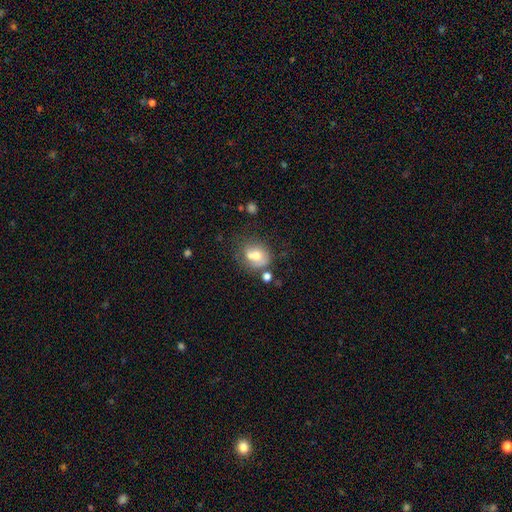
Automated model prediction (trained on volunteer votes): Smooth or featured?
  - smooth: 63% *
  - featured or disk: 27%
  - star or artifact: 11%
How rounded?
  - round: 55% *
  - in between: 44%
  - cigar-shaped: 1%
Merging?
  - none: 38% *
  - merger: 31%
  - minor disturbance: 20%
  - major disturbance: 11%